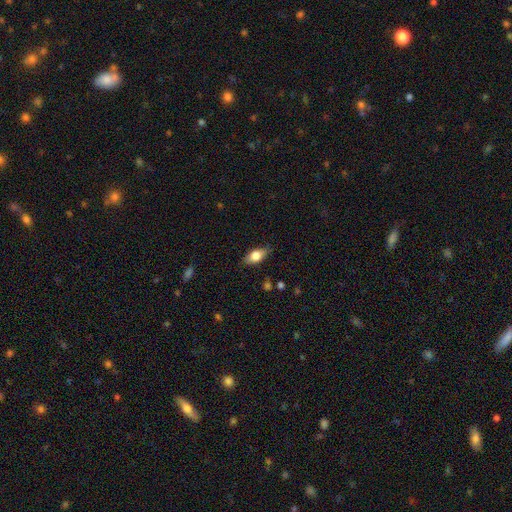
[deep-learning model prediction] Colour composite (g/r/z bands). It shows a smooth galaxy with no disk features (69%) that is in between round and cigar-shaped (83%). Merging: none (80%).